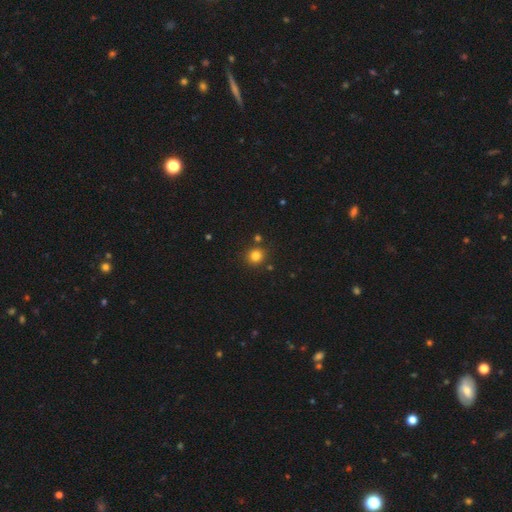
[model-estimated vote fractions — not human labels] This is clearly a smooth galaxy (81%). How rounded: clearly round (90%). Merging: clearly none (84%).